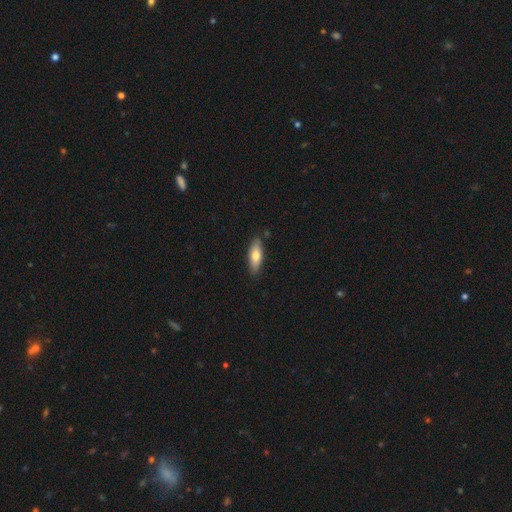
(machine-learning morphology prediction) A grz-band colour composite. It shows a smooth galaxy with no disk features (73%) that is in between round and cigar-shaped (62%). Merging: none (85%).